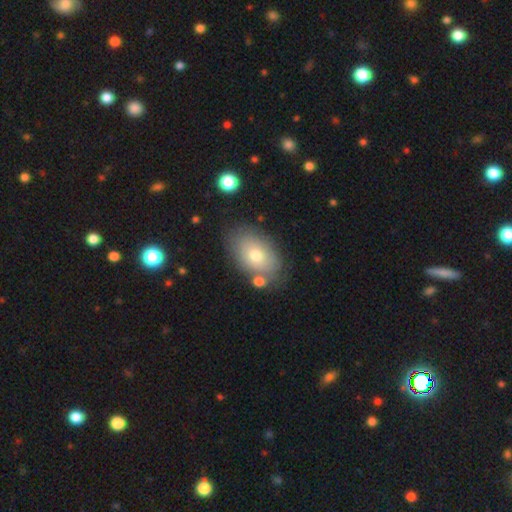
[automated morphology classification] A smooth galaxy with no disk features (70%) that is in between round and cigar-shaped (89%).

Vote fractions:
- Smooth or featured? smooth: 70% / featured or disk: 23% / star or artifact: 8%
- How rounded? in between: 89% / round: 10% / cigar-shaped: 1%
- Merging? none: 74% / minor disturbance: 15% / merger: 6% / major disturbance: 4%